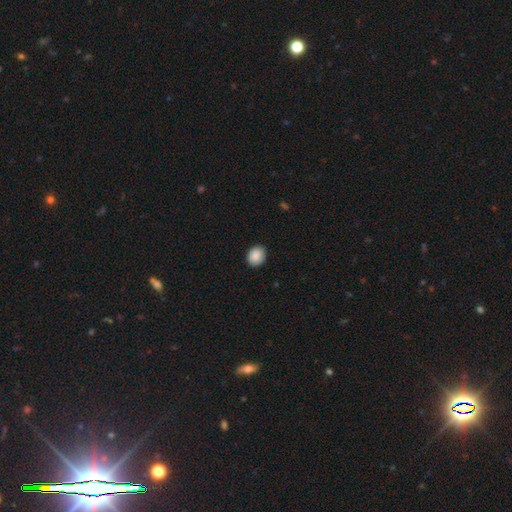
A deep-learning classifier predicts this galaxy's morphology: A smooth galaxy with no disk features (89%) that is round (63%).

Vote fractions:
- Smooth or featured? smooth: 89% / star or artifact: 7% / featured or disk: 3%
- How rounded? round: 63% / in between: 36% / cigar-shaped: 1%
- Merging? none: 88% / minor disturbance: 9% / major disturbance: 2% / merger: 1%